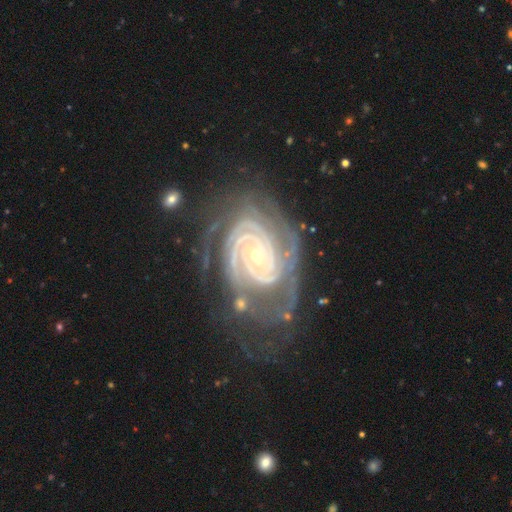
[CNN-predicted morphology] Smooth or featured?
  - featured or disk: 92% *
  - star or artifact: 5%
  - smooth: 3%
Edge-on disk?
  - no: 97% *
  - yes: 3%
Bar?
  - no: 69% *
  - weak: 18%
  - strong: 12%
Spiral arms?
  - yes: 99% *
  - no: 1%
Spiral winding?
  - tight: 83% *
  - medium: 15%
  - loose: 2%
Spiral arm count?
  - 2: 28% *
  - 3: 24%
  - 4: 17%
  - can't tell: 14%
  - more than 4: 10%
  - 1: 7%
Bulge size?
  - small: 77% *
  - moderate: 19%
  - large: 1%
  - none: 1%
  - dominant: 1%
Merging?
  - none: 58% *
  - minor disturbance: 23%
  - major disturbance: 15%
  - merger: 3%